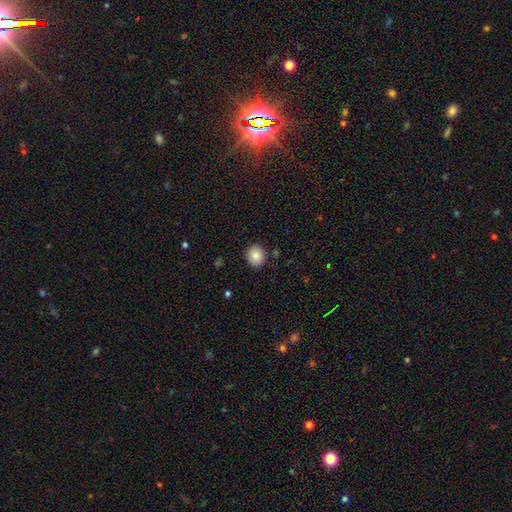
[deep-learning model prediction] Q: Smooth or featured?
A: smooth (85%); runner-up: star or artifact (9%)
Q: How rounded?
A: round (85%); runner-up: in between (14%)
Q: Merging?
A: none (90%); runner-up: minor disturbance (7%)